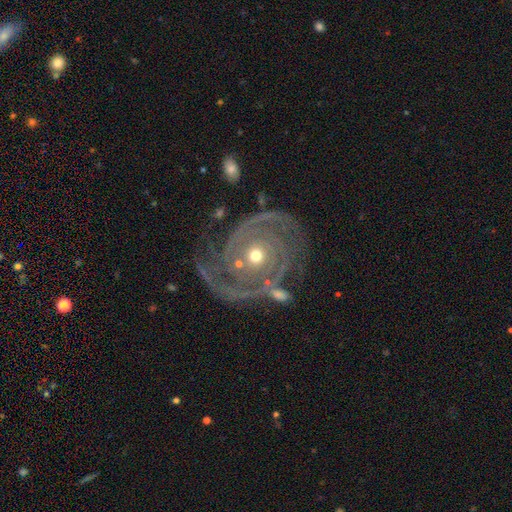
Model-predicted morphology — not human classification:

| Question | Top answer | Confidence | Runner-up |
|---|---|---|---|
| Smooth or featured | featured or disk | 92% | star or artifact (5%) |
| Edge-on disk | no | 98% | yes (2%) |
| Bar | no | 81% | weak (13%) |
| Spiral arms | yes | 97% | no (3%) |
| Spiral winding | tight | 63% | medium (28%) |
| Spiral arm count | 2 | 60% | 3 (13%) |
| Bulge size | moderate | 51% | small (44%) |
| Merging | none | 57% | minor disturbance (19%) |